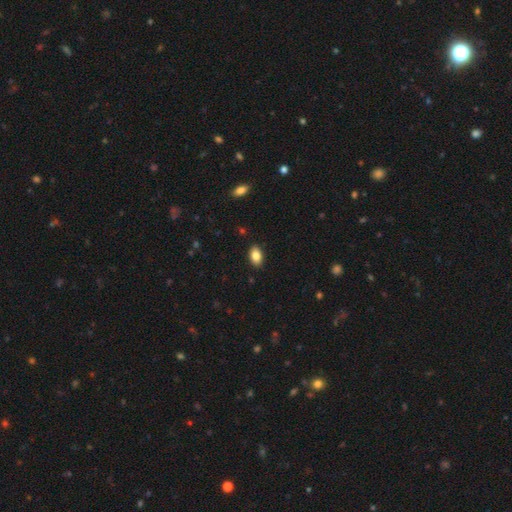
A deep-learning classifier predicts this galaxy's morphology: Q: Smooth or featured?
A: smooth (84%); runner-up: featured or disk (8%)
Q: How rounded?
A: in between (89%); runner-up: round (9%)
Q: Merging?
A: none (89%); runner-up: minor disturbance (8%)